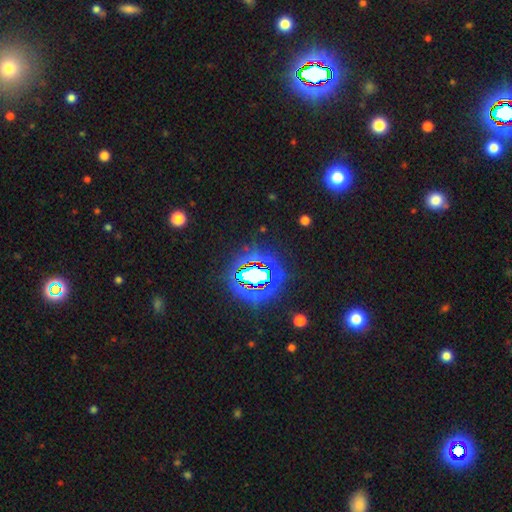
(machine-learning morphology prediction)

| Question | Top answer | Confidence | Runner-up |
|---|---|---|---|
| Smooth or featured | star or artifact | 83% | smooth (11%) |